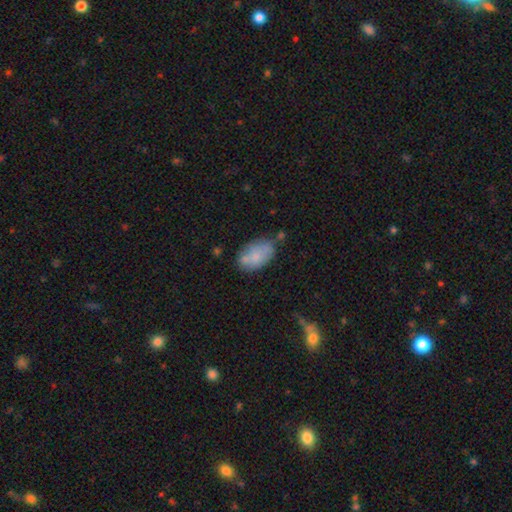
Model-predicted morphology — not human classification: Smooth or featured? smooth (75%)
How rounded? in between (92%)
Merging? none (57%)